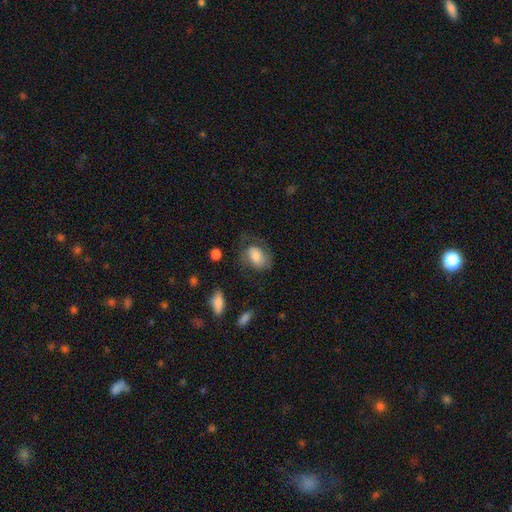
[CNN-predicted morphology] Smooth or featured? smooth (68%)
How rounded? in between (80%)
Merging? none (49%)